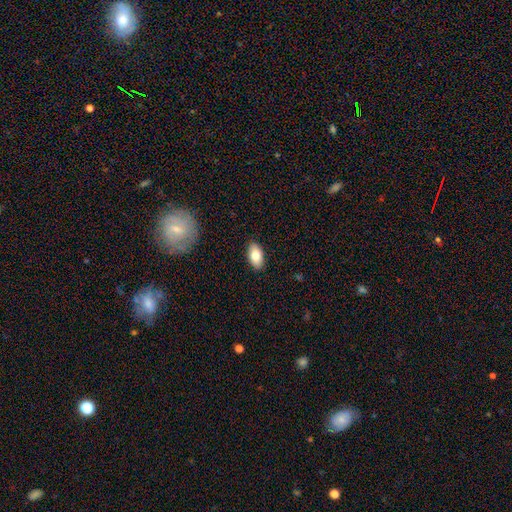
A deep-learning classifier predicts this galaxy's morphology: Smooth or featured? Predicted: smooth (p=0.81). How rounded? Predicted: in between (p=0.93). Merging? Predicted: none (p=0.89).